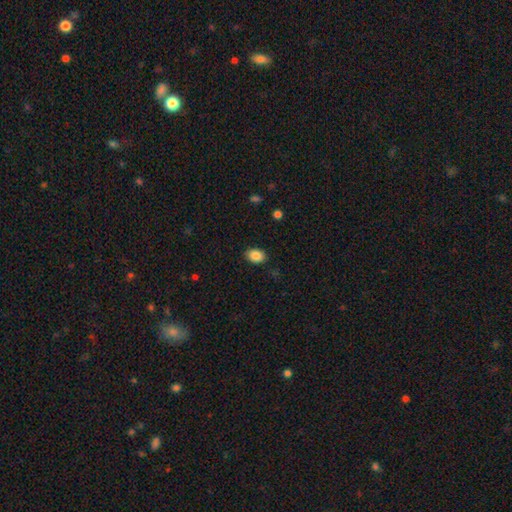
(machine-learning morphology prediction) A smooth galaxy with no disk features (87%) that is in between round and cigar-shaped (74%).

Vote fractions:
- Smooth or featured? smooth: 87% / star or artifact: 8% / featured or disk: 5%
- How rounded? in between: 74% / round: 25% / cigar-shaped: 1%
- Merging? none: 88% / minor disturbance: 9% / major disturbance: 2% / merger: 1%